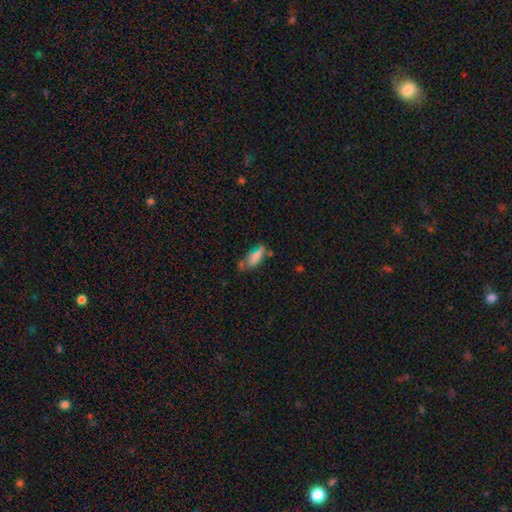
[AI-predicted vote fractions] This is likely a smooth galaxy (73%). How rounded: likely in between (64%). Merging: marginally none (41%).